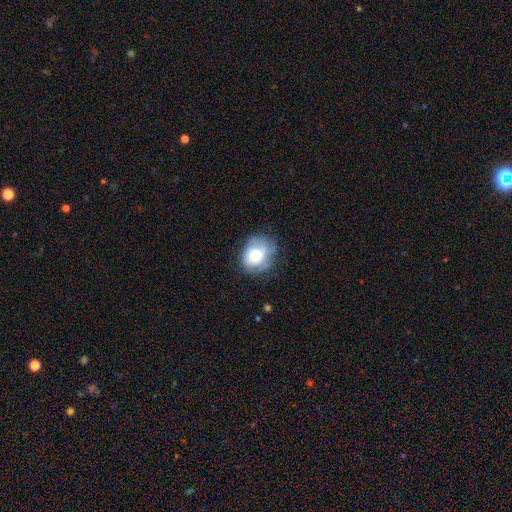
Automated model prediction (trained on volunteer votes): This appears to be a smooth galaxy with no disk features (66%) that is round (52%). Merging: none (60%).